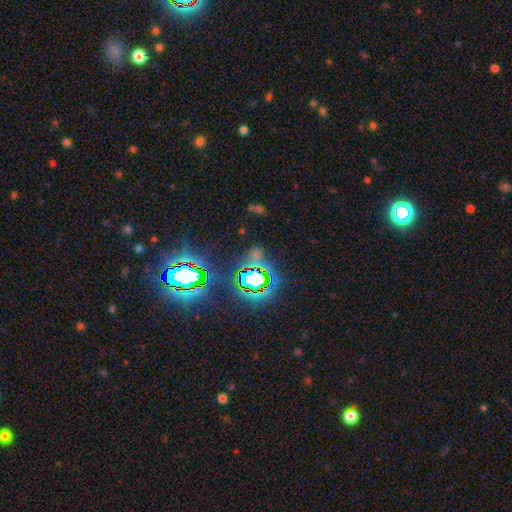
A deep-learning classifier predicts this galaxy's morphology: Q: Smooth or featured?
A: star or artifact (73%); runner-up: smooth (16%)